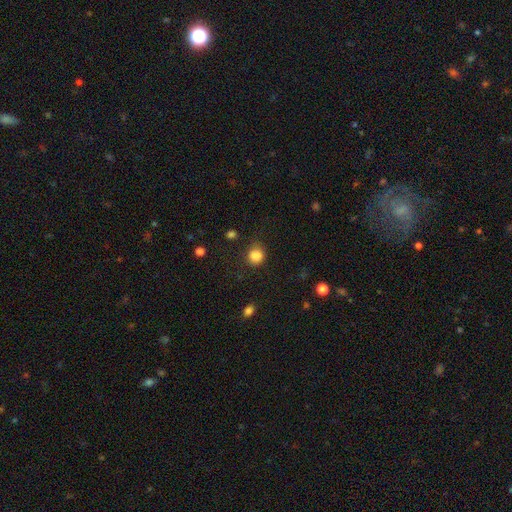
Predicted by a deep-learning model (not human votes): Q: Smooth or featured?
A: smooth (85%); runner-up: star or artifact (11%)
Q: How rounded?
A: round (76%); runner-up: in between (23%)
Q: Merging?
A: none (71%); runner-up: minor disturbance (19%)